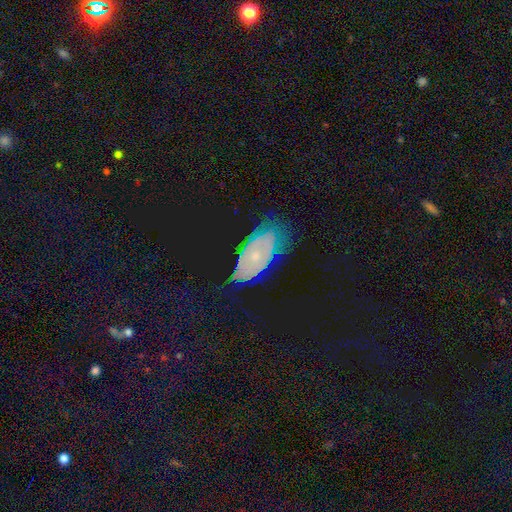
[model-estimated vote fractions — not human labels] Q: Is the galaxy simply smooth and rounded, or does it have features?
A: featured or disk — 48%.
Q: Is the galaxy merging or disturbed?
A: none — 72%.